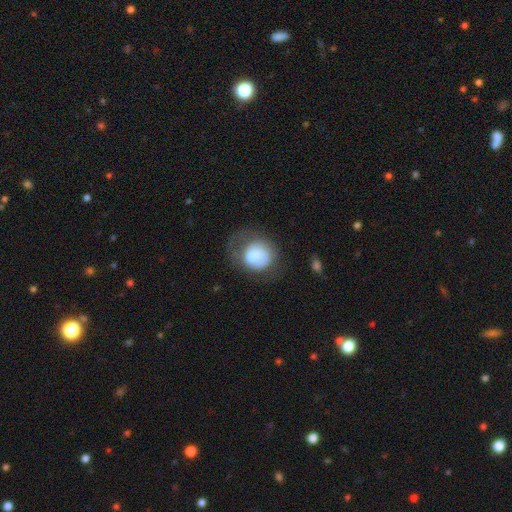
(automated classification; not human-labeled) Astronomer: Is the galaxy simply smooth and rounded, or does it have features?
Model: smooth — 64%.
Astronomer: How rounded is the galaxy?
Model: round — 76%.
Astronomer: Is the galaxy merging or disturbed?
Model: none — 40% (runner-up: major disturbance, 33%).